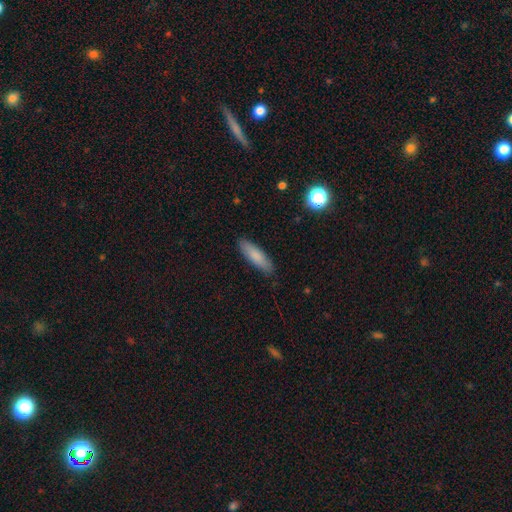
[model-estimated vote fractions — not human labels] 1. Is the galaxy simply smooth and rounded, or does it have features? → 83% smooth, 11% featured or disk, 6% star or artifact.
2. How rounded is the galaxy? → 57% cigar-shaped, 41% in between, 2% round.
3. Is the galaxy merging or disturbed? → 87% none, 10% minor disturbance, 2% major disturbance, 1% merger.